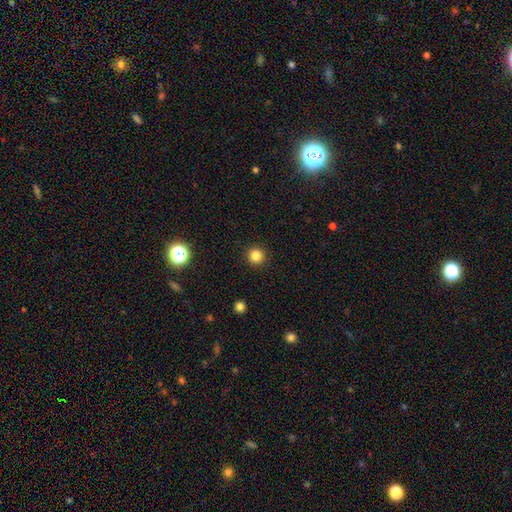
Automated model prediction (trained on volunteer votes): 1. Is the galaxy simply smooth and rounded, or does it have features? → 83% smooth, 13% star or artifact, 4% featured or disk.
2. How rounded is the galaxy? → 95% round, 4% in between, 1% cigar-shaped.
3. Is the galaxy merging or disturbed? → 93% none, 4% minor disturbance, 2% major disturbance, 1% merger.